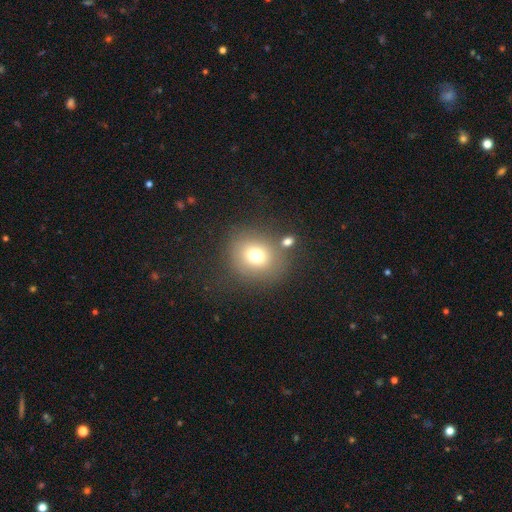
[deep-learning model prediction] Smooth or featured? smooth (73%)
How rounded? round (83%)
Merging? none (74%)